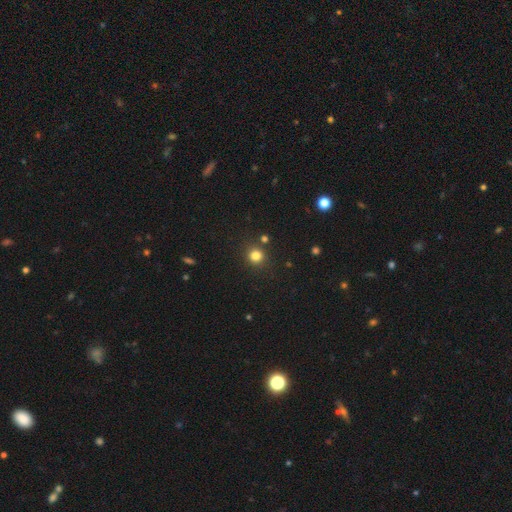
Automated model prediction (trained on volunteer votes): Overall: smooth (80%). How rounded: round (90%). Merging: none (85%).